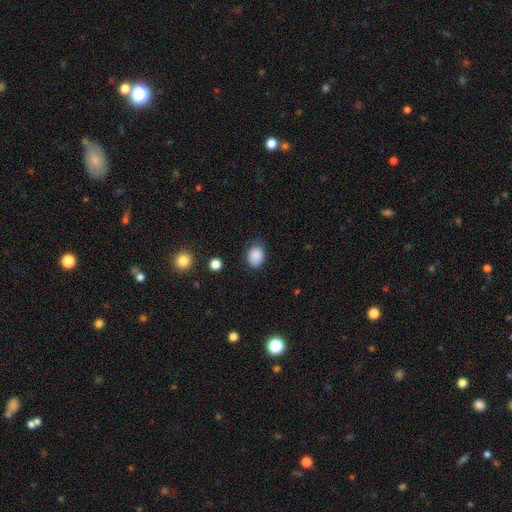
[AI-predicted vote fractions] Smooth or featured? Predicted: smooth (p=0.87). How rounded? Predicted: in between (p=0.56). Merging? Predicted: none (p=0.71).